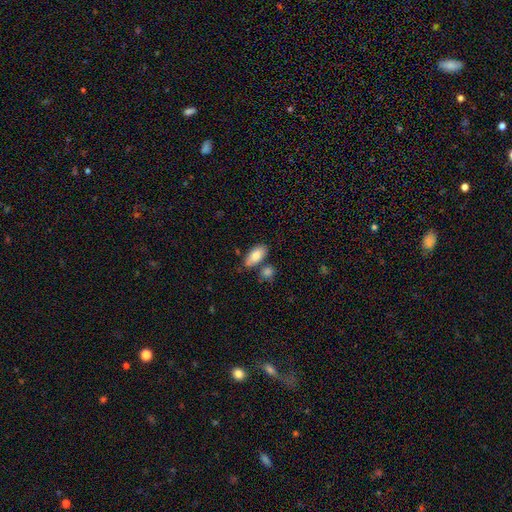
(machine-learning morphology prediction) The model was most divided on "merging": none: 67%, minor disturbance: 15%, merger: 15%, major disturbance: 4%. More confident: how rounded — in between (89%); smooth or featured — smooth (80%).